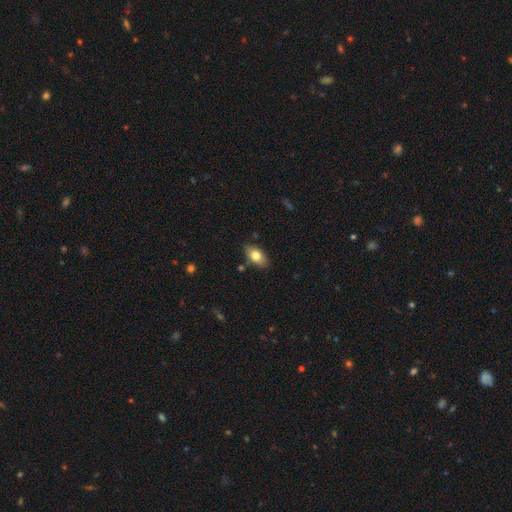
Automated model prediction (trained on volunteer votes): smooth_or_featured: smooth (p=0.77) [alt: featured or disk p=0.16]
how_rounded: in between (p=0.90) [alt: round p=0.06]
merging: none (p=0.83) [alt: minor disturbance p=0.12]